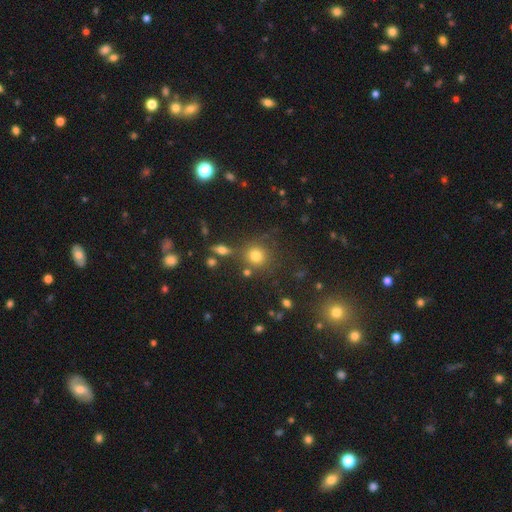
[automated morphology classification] This appears to be a smooth galaxy with no disk features (74%) that is round (89%). Merging: none (75%).